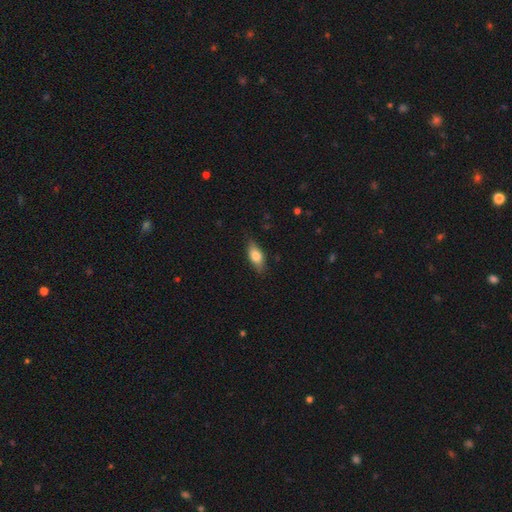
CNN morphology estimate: smooth-or-featured: smooth: 73% | featured or disk: 20% | star or artifact: 7%
  how-rounded: in between: 78% | cigar-shaped: 17% | round: 4%
  merging: none: 82% | minor disturbance: 14% | major disturbance: 3% | merger: 1%